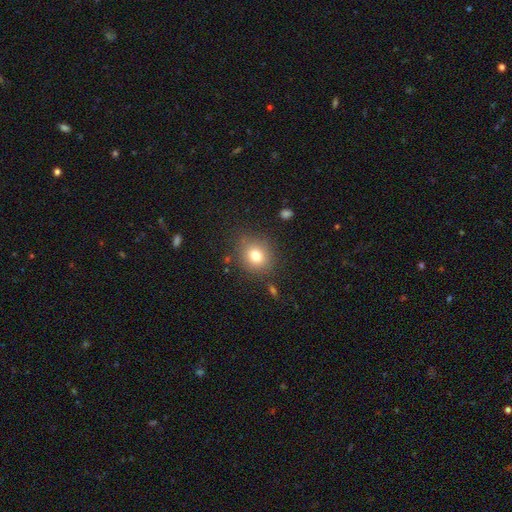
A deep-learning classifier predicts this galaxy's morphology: Smooth or featured: smooth — 77% (star or artifact — 12%)
How rounded: round — 72% (in between — 27%)
Merging: none — 81% (minor disturbance — 12%)